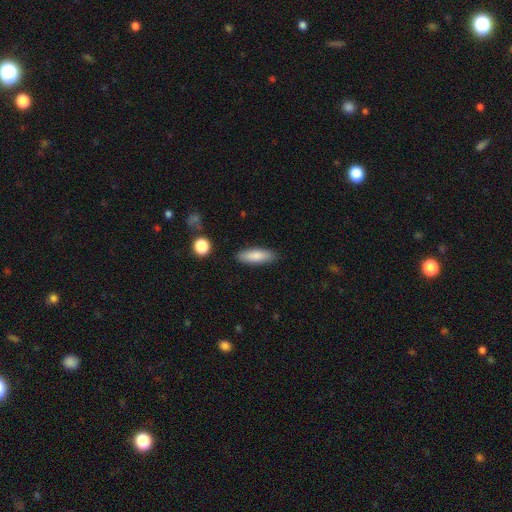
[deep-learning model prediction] Smooth or featured? smooth (84%)
How rounded? in between (52%)
Merging? none (87%)